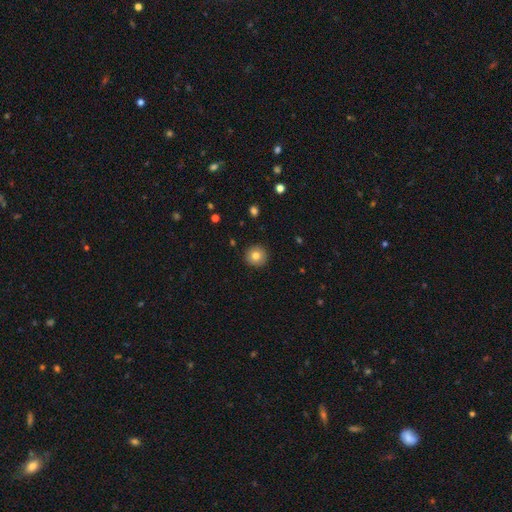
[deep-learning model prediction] A smooth galaxy with no disk features (81%) that is round (95%). Merging: none (92%).